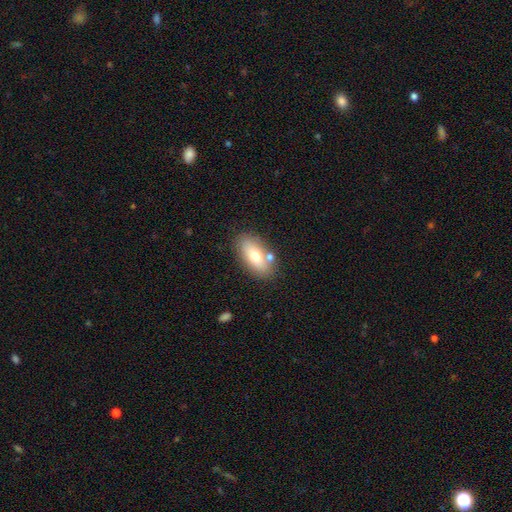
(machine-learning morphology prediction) This is likely a smooth galaxy (68%). How rounded: clearly in between (87%). Merging: likely none (73%).